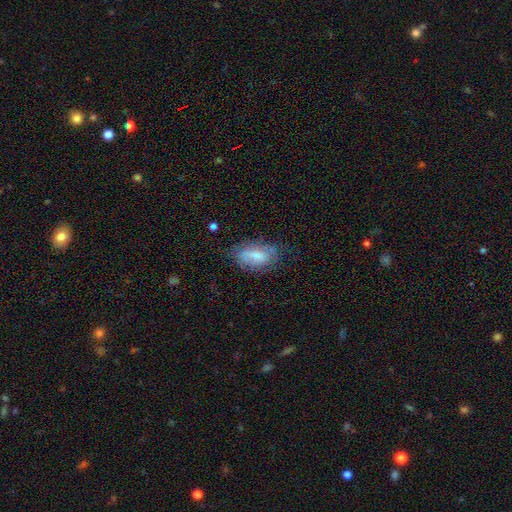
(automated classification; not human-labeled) This is likely a smooth galaxy (67%). How rounded: clearly in between (91%). Merging: likely none (60%).